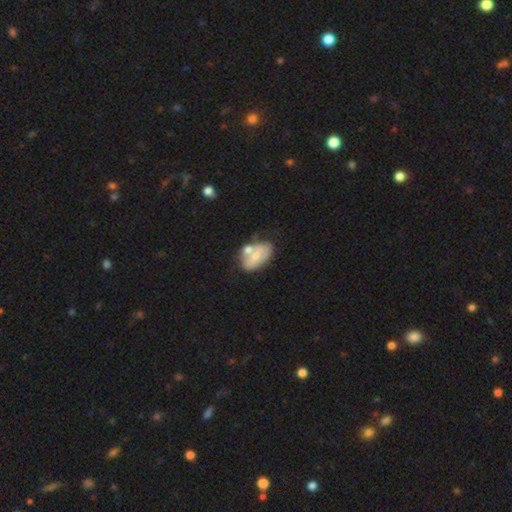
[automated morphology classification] smooth_or_featured: featured or disk (p=0.47) [alt: smooth p=0.46]
merging: none (p=0.34) [alt: merger p=0.33]